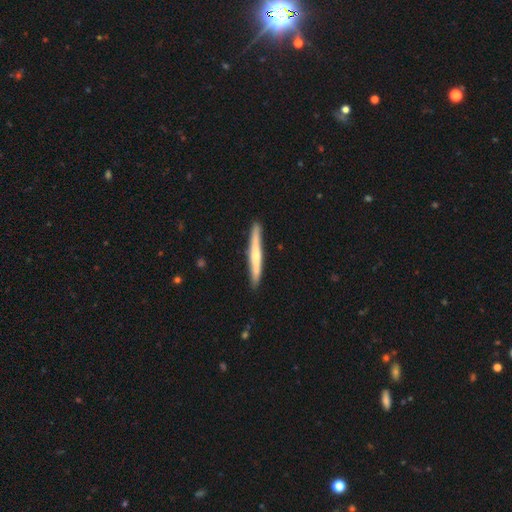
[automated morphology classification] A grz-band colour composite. It shows a featured or disk galaxy (48%, tied with smooth). Merging: none (89%).